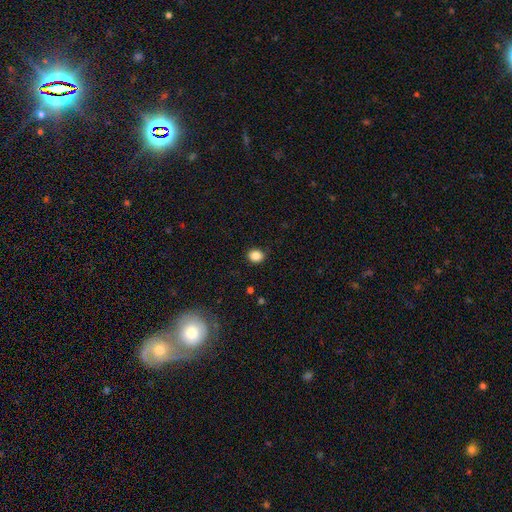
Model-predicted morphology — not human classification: Smooth or featured? smooth (86%)
How rounded? round (62%)
Merging? none (86%)